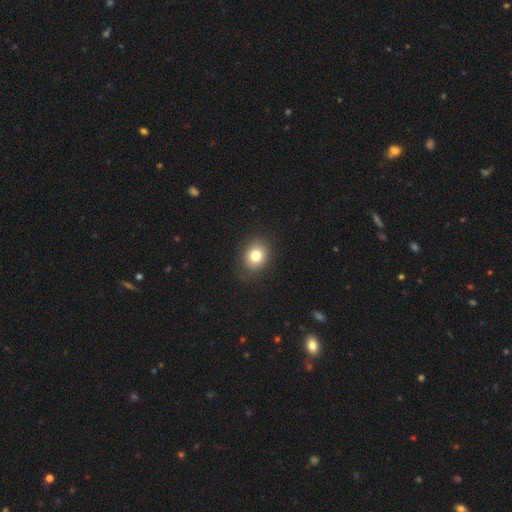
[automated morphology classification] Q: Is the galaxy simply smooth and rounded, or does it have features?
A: smooth — 80%.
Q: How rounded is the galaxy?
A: round — 61%.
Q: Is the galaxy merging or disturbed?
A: none — 86%.